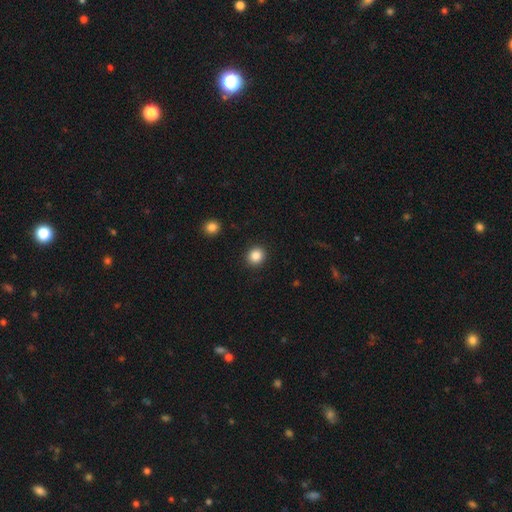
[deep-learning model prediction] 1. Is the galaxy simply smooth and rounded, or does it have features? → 86% smooth, 10% star or artifact, 4% featured or disk.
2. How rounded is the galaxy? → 84% round, 15% in between, 1% cigar-shaped.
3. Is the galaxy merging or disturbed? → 92% none, 5% minor disturbance, 2% major disturbance, 1% merger.